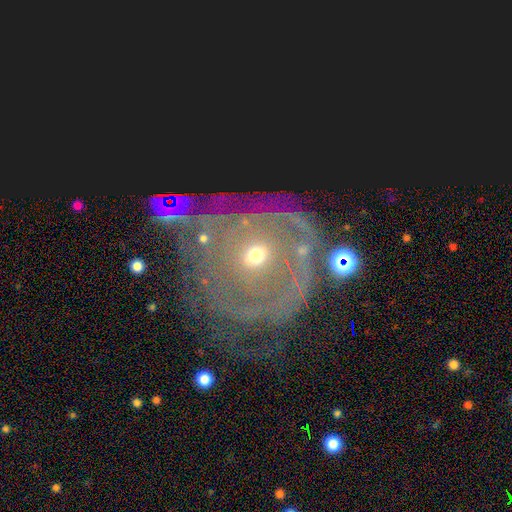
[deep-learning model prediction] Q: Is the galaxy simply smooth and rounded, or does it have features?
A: featured or disk — 75%.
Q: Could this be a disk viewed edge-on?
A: no — 96%.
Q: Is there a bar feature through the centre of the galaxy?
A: no — 64%.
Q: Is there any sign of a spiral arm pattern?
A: yes — 72%.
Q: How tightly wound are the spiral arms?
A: tight — 56%.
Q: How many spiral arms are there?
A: can't tell — 33%.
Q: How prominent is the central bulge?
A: small — 61%.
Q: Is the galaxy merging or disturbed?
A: none — 57%.